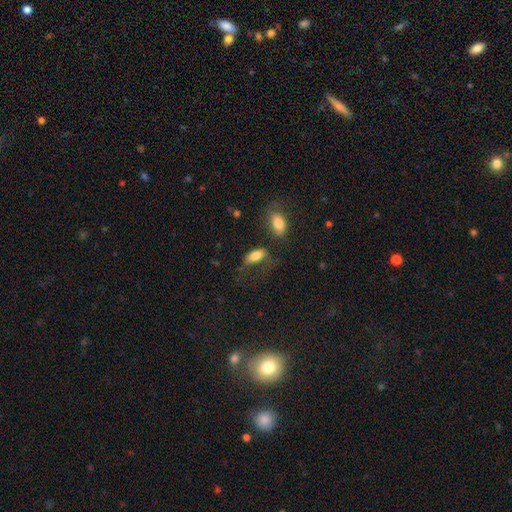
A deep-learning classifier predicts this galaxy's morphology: Overall: smooth (80%). How rounded: in between (87%). Merging: none (45%; minor disturbance 25%).